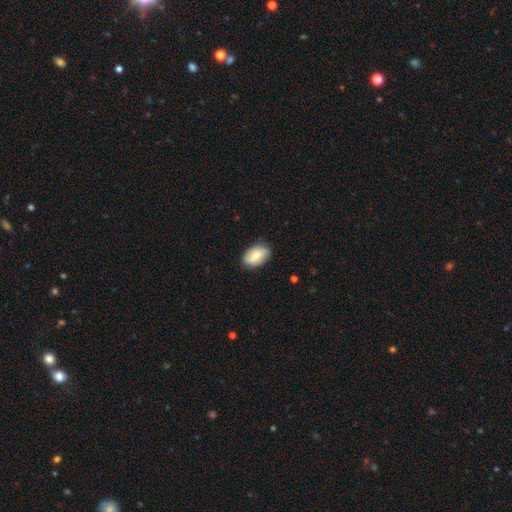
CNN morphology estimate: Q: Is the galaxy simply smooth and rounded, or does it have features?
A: smooth — 68%.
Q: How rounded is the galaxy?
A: in between — 90%.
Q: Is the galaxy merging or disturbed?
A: none — 82%.